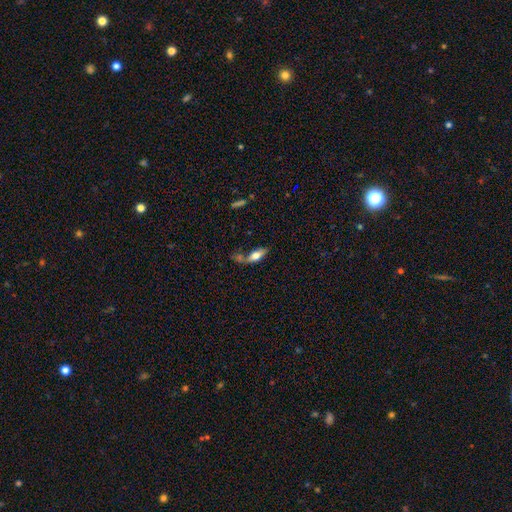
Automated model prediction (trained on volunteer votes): Smooth or featured? Predicted: smooth (p=0.59). How rounded? Predicted: in between (p=0.69). Merging? Predicted: none (p=0.41).